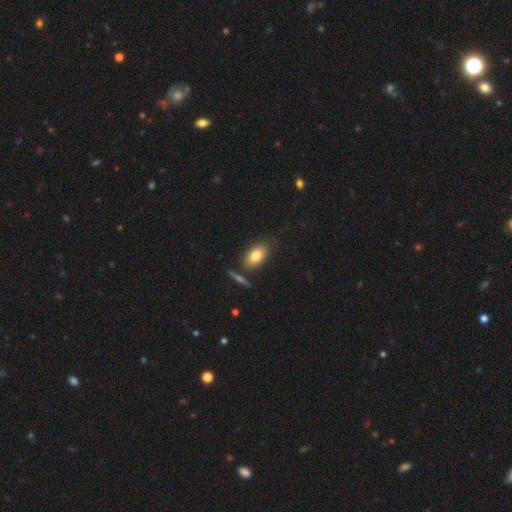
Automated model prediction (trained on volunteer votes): Q: Smooth or featured?
A: smooth (80%); runner-up: featured or disk (12%)
Q: How rounded?
A: in between (87%); runner-up: round (9%)
Q: Merging?
A: none (76%); runner-up: minor disturbance (13%)